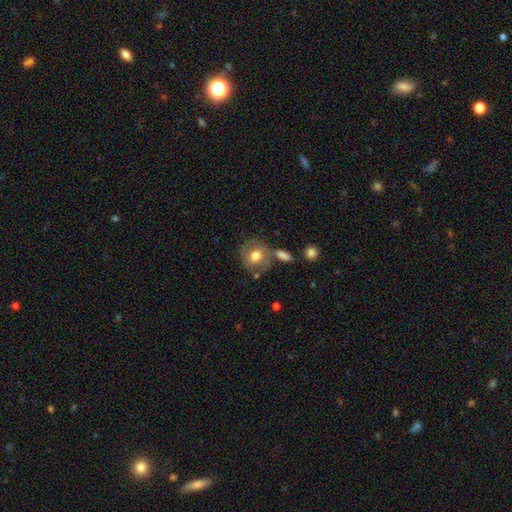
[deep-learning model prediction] smooth-or-featured: smooth: 69% | featured or disk: 23% | star or artifact: 8%
  how-rounded: round: 71% | in between: 28% | cigar-shaped: 1%
  merging: none: 66% | minor disturbance: 15% | merger: 13% | major disturbance: 5%